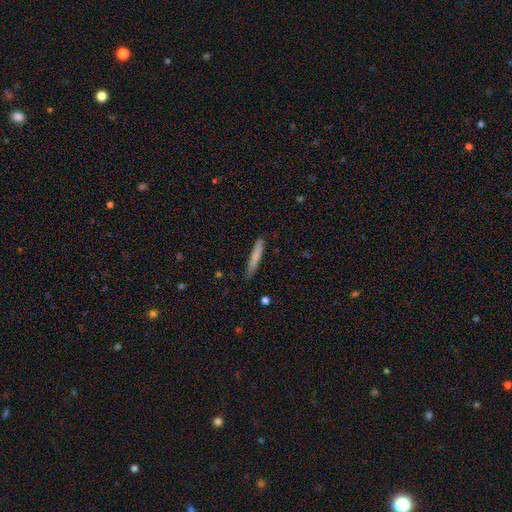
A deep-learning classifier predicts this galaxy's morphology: smooth_or_featured: smooth (p=0.77) [alt: featured or disk p=0.17]
how_rounded: cigar-shaped (p=0.95) [alt: in between p=0.04]
merging: none (p=0.81) [alt: minor disturbance p=0.16]